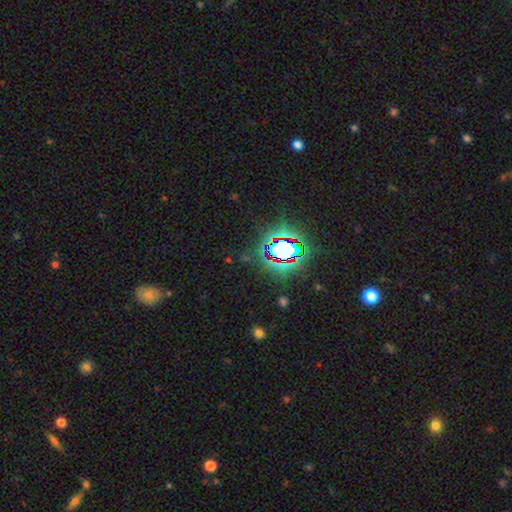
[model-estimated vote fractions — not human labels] Overall: star or artifact (80%).